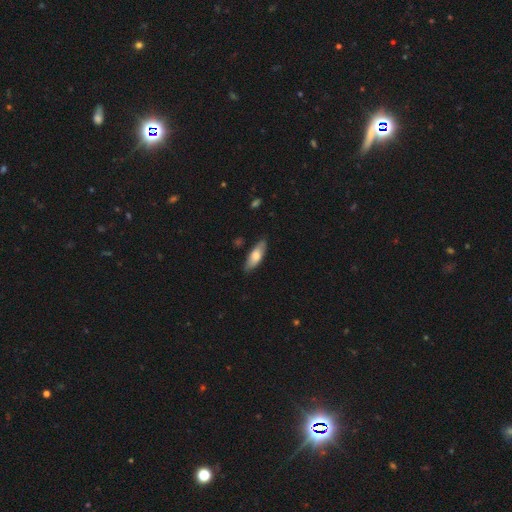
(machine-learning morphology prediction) Smooth or featured: smooth — 70% (featured or disk — 24%)
How rounded: in between — 67% (cigar-shaped — 31%)
Merging: none — 83% (minor disturbance — 13%)